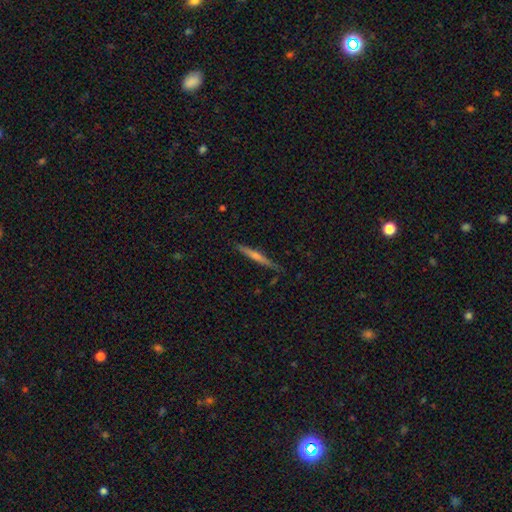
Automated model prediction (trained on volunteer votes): A featured or disk galaxy (59%) viewed edge-on (97%) with a rounded central bulge (64%).

Vote fractions:
- Smooth or featured? featured or disk: 59% / smooth: 35% / star or artifact: 7%
- Edge-on disk? yes: 97% / no: 3%
- Edge-on bulge? rounded: 64% / none: 30% / boxy: 6%
- Merging? none: 86% / minor disturbance: 11% / major disturbance: 2% / merger: 2%